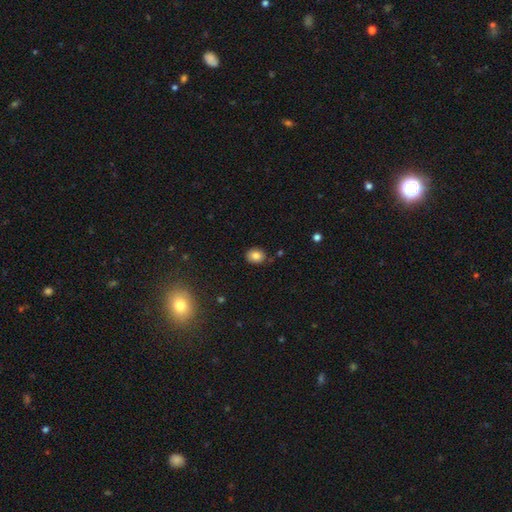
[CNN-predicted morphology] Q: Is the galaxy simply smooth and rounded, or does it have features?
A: smooth — 83%.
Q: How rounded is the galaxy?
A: round — 57%.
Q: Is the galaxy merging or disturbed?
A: none — 84%.